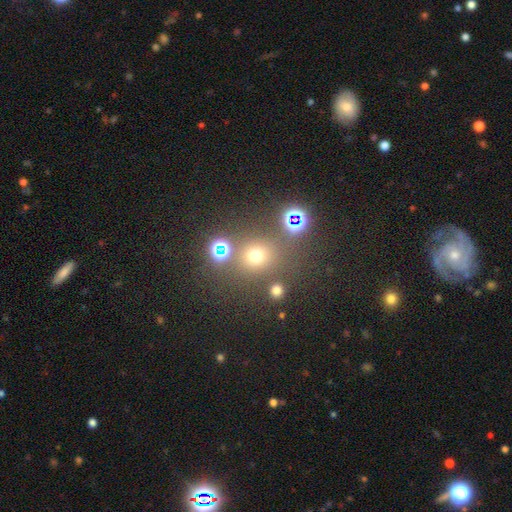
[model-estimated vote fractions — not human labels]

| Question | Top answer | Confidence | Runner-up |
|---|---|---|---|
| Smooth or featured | smooth | 60% | star or artifact (32%) |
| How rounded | round | 87% | in between (12%) |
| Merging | none | 77% | minor disturbance (9%) |